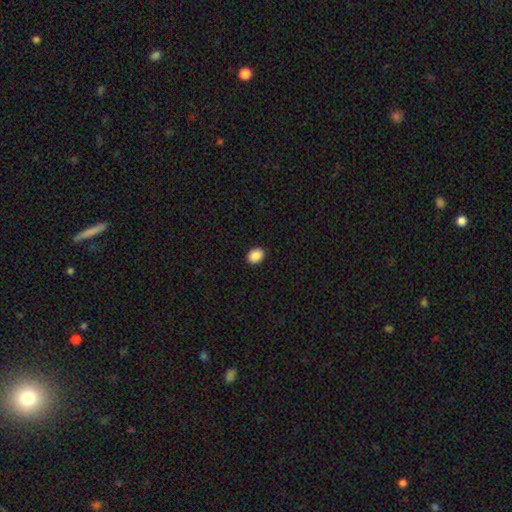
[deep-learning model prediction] The model was most divided on "how rounded": in between: 70%, round: 30%, cigar-shaped: 1%. More confident: merging — none (91%); smooth or featured — smooth (90%).